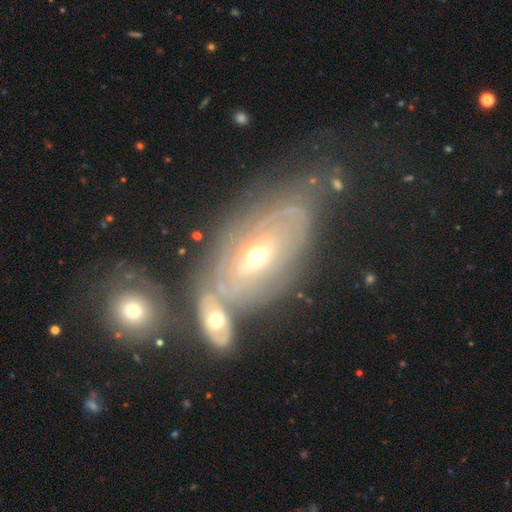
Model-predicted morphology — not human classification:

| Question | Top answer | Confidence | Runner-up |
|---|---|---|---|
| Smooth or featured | featured or disk | 78% | smooth (15%) |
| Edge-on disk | no | 89% | yes (11%) |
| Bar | no | 63% | weak (28%) |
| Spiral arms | yes | 79% | no (21%) |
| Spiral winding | tight | 72% | medium (21%) |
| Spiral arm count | can't tell | 58% | 2 (21%) |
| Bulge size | moderate | 57% | small (38%) |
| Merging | none | 45% | merger (25%) |